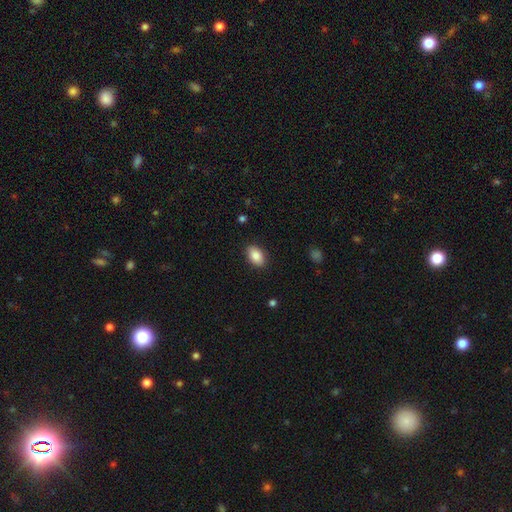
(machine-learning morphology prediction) Smooth or featured: smooth — 87% (star or artifact — 7%)
How rounded: in between — 90% (round — 8%)
Merging: none — 88% (minor disturbance — 9%)